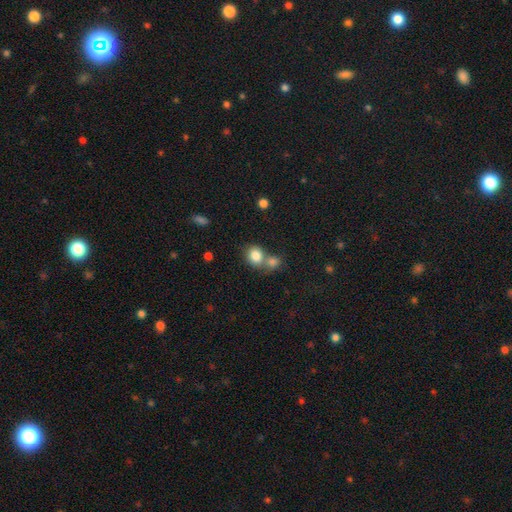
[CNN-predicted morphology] This appears to be a smooth galaxy with no disk features (82%) that is round (69%). Merging: none (44%, tied with merger).